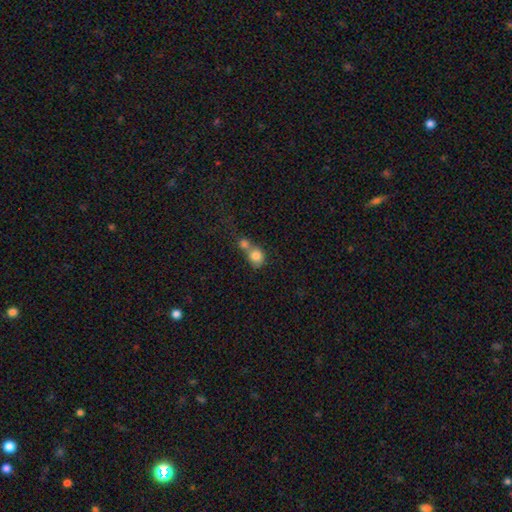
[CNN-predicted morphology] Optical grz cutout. It shows a smooth galaxy with no disk features (79%) that is round (74%). Merging: merger (67%).